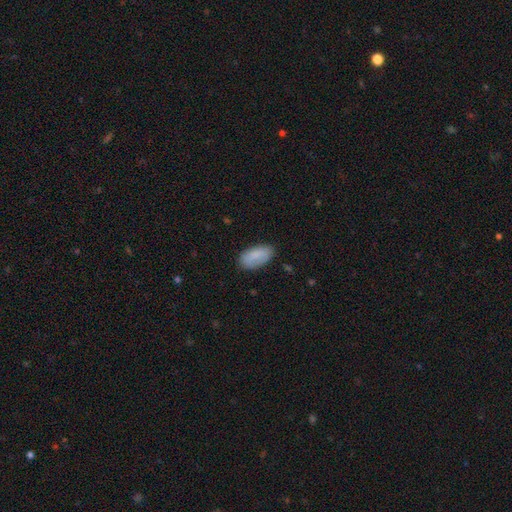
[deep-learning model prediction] Overall: smooth (85%). How rounded: in between (94%). Merging: none (80%).